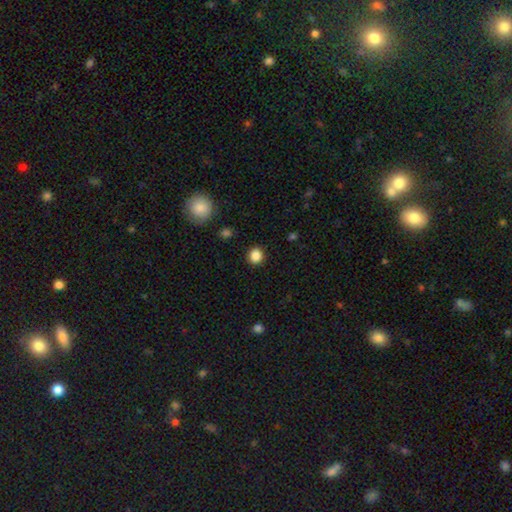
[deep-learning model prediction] This appears to be a smooth galaxy with no disk features (86%) that is round (87%). Merging: none (91%).